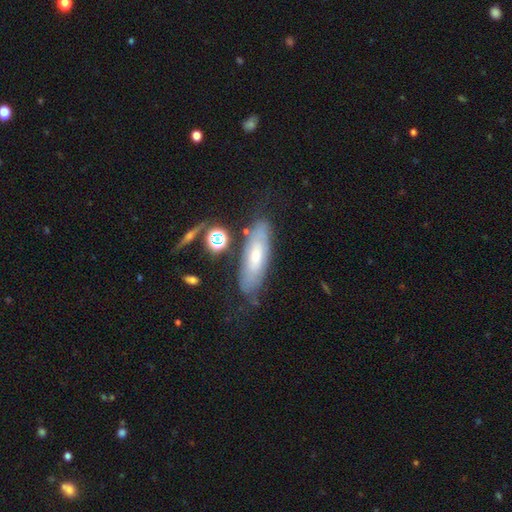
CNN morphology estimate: Smooth or featured: featured or disk — 51% (smooth — 40%)
Edge-on disk: no — 67% (yes — 33%)
Merging: none — 70% (minor disturbance — 19%)